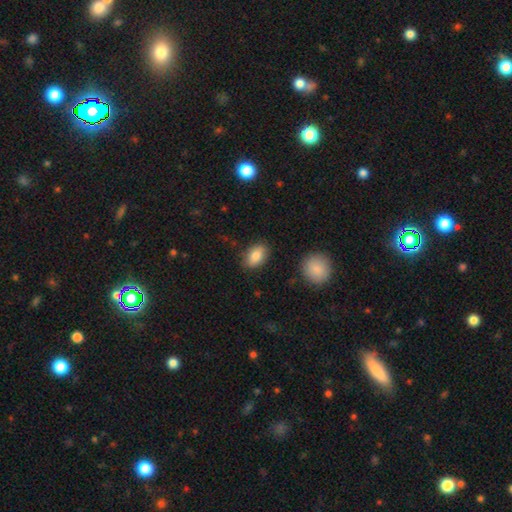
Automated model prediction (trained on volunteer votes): smooth-or-featured: smooth: 85% | featured or disk: 8% | star or artifact: 7%
  how-rounded: in between: 89% | round: 9% | cigar-shaped: 2%
  merging: none: 84% | minor disturbance: 11% | major disturbance: 3% | merger: 2%